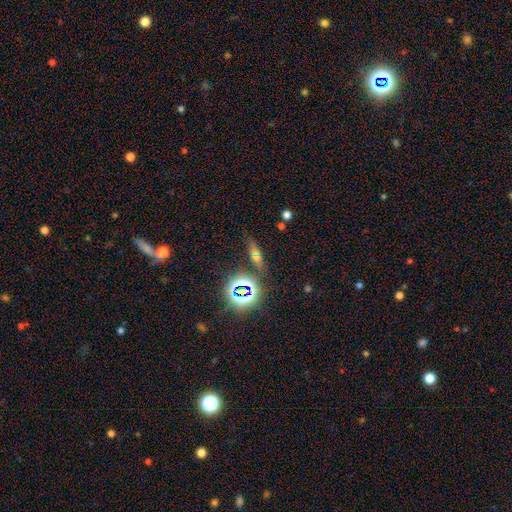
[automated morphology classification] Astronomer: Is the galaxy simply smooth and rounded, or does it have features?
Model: smooth — 48% (runner-up: star or artifact, 37%).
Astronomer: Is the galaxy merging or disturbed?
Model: none — 72%.